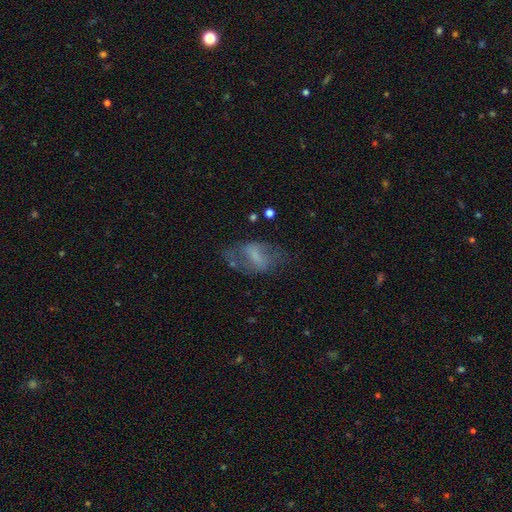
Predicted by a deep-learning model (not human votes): smooth-or-featured: featured or disk: 50% | smooth: 39% | star or artifact: 11%
  disk-edge-on: no: 94% | yes: 6%
  merging: none: 47% | major disturbance: 26% | minor disturbance: 23% | merger: 4%